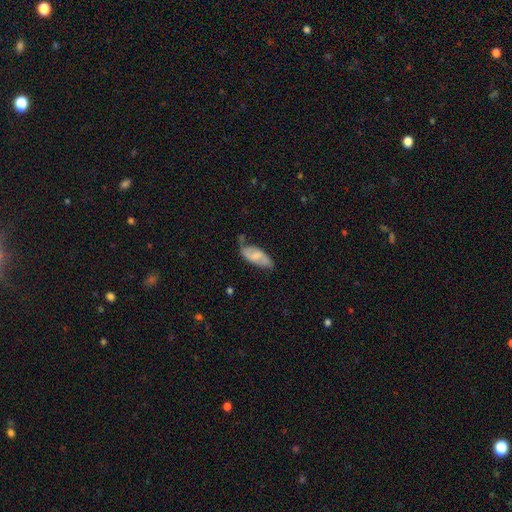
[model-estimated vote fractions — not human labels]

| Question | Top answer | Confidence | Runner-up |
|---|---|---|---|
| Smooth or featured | smooth | 51% | featured or disk (42%) |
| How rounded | in between | 84% | cigar-shaped (13%) |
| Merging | none | 51% | minor disturbance (34%) |